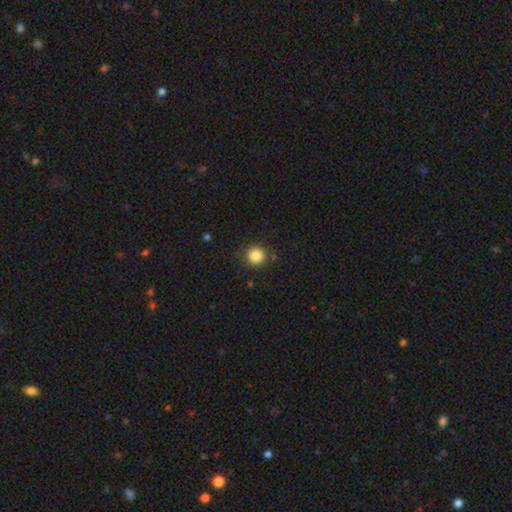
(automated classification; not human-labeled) Q: Smooth or featured?
A: smooth (85%); runner-up: star or artifact (11%)
Q: How rounded?
A: round (94%); runner-up: in between (5%)
Q: Merging?
A: none (87%); runner-up: minor disturbance (9%)